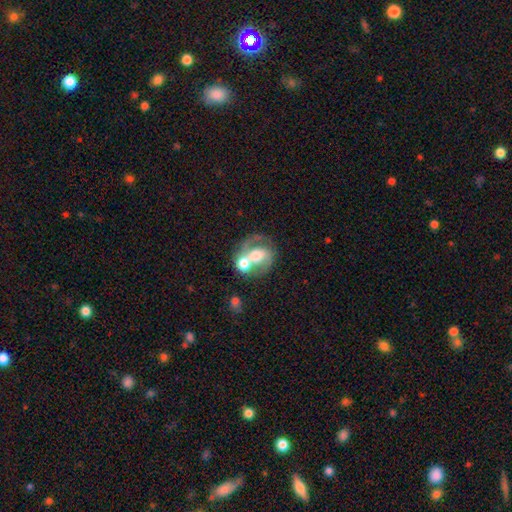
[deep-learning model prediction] Overall: featured or disk (57%; smooth 34%). Edge-on disk: no (97%). Bar: no (57%; weak 29%). Spiral arms: yes (62%; no 38%). Bulge size: moderate (58%; large 20%). Merging: merger (52%; none 28%).